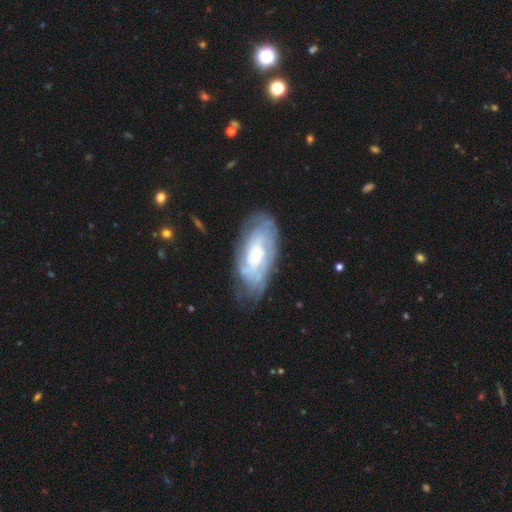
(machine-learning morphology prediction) type=featured or disk (74%); edge-on=no (92%); bar=no (69%); spiral arms=yes (88%); winding=tight (68%); arm count=can't tell (57%); bulge=small (48%); merging=none (72%).